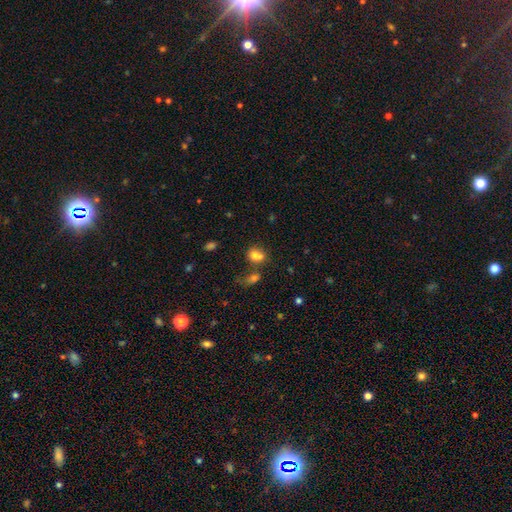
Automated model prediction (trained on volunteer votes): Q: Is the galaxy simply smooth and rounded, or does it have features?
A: smooth — 74%.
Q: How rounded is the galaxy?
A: round — 52%.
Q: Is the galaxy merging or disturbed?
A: merger — 51%.